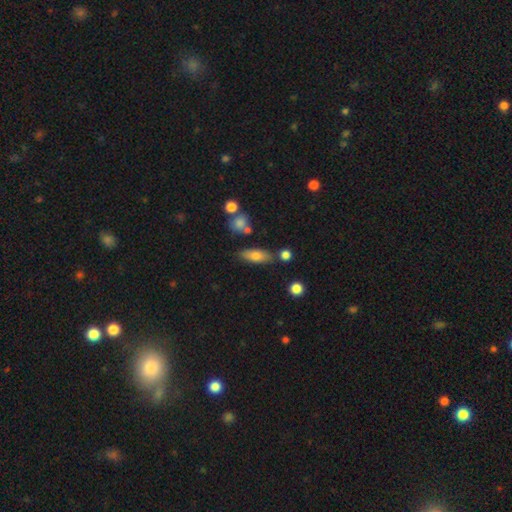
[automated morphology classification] Smooth or featured? Predicted: smooth (p=0.73). How rounded? Predicted: in between (p=0.74). Merging? Predicted: none (p=0.73).